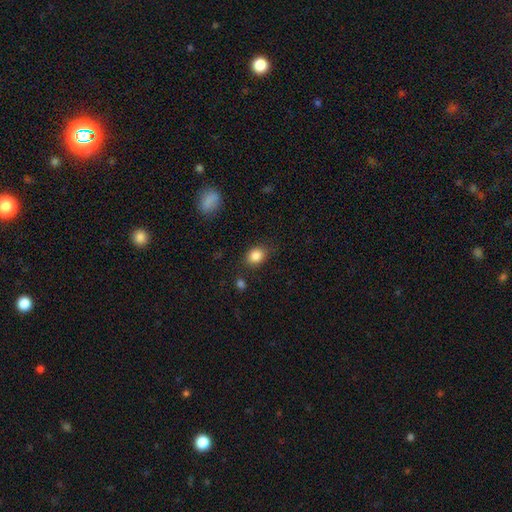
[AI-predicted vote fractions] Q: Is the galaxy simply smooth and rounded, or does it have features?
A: smooth — 86%.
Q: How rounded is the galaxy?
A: in between — 59%.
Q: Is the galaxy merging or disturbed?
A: none — 80%.